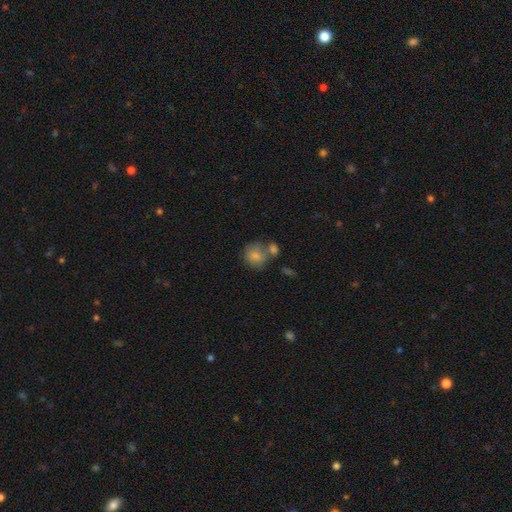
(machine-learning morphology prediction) smooth 80%, featured or disk 11%, star or artifact 8%. Down the decision tree: how rounded — round (76%); merging — none (46%).